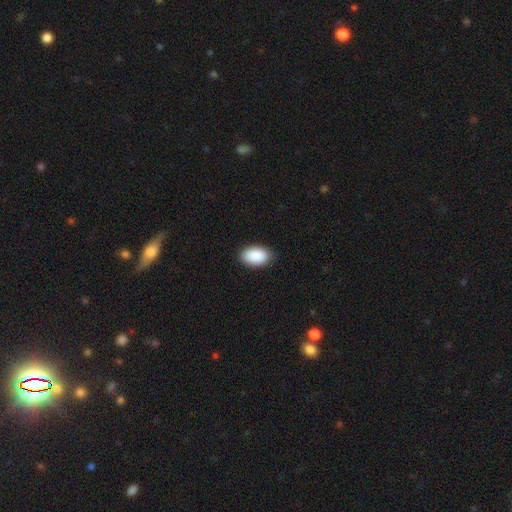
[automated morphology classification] Smooth or featured? Predicted: smooth (p=0.91). How rounded? Predicted: in between (p=0.94). Merging? Predicted: none (p=0.87).